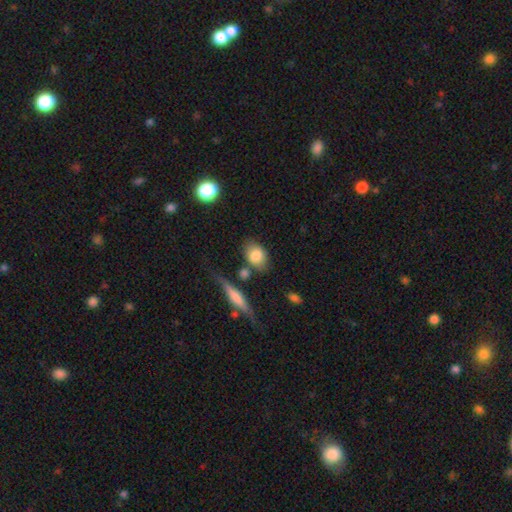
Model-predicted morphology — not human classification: smooth_or_featured: smooth (p=0.81) [alt: featured or disk p=0.12]
how_rounded: in between (p=0.70) [alt: round p=0.26]
merging: none (p=0.69) [alt: minor disturbance p=0.17]